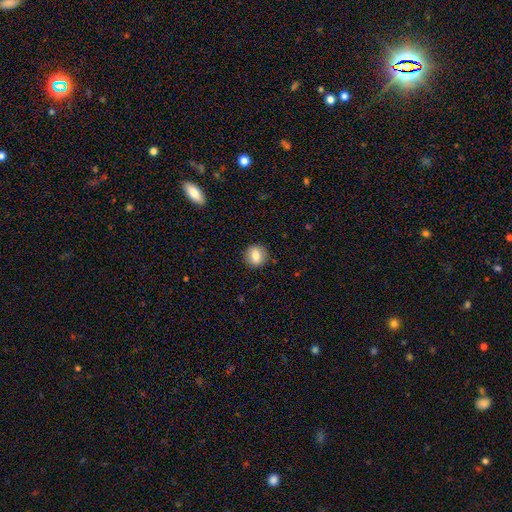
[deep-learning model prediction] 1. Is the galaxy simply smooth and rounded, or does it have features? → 81% smooth, 10% featured or disk, 9% star or artifact.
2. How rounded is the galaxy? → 82% round, 17% in between, 1% cigar-shaped.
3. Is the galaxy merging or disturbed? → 89% none, 8% minor disturbance, 2% major disturbance, 1% merger.